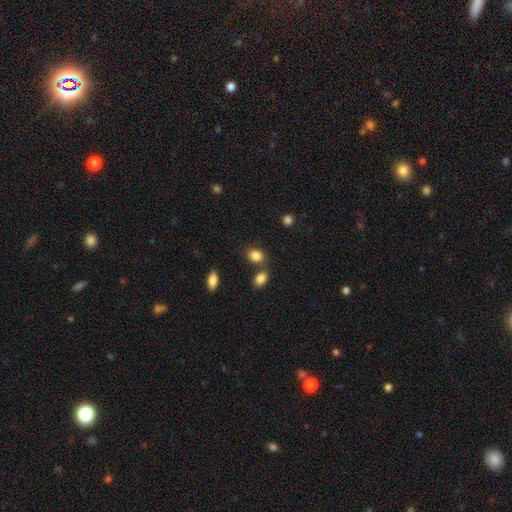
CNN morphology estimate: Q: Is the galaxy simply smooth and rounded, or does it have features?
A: smooth — 86%.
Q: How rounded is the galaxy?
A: in between — 65%.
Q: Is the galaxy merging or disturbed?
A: none — 67%.